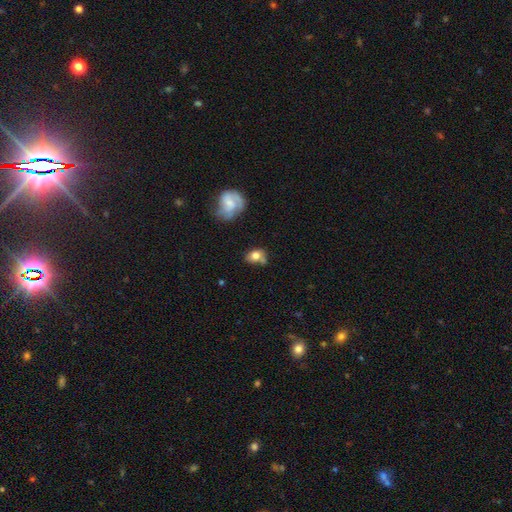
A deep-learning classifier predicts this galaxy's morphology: type=smooth (72%); roundness=in between (58%); merging=none (45%).